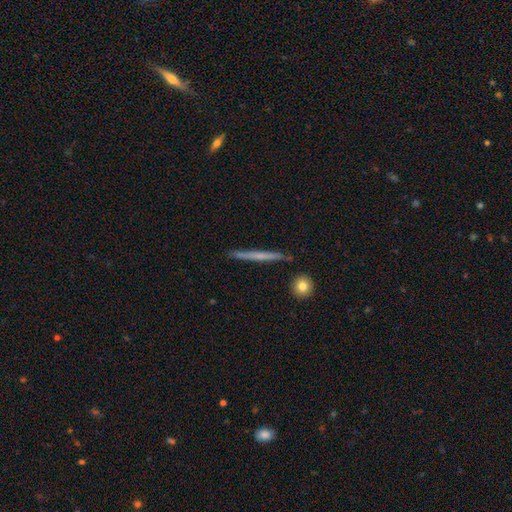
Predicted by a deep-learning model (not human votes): This is possibly a featured or disk galaxy (51%). It is clearly viewed edge-on (97%). Merging: clearly none (89%).